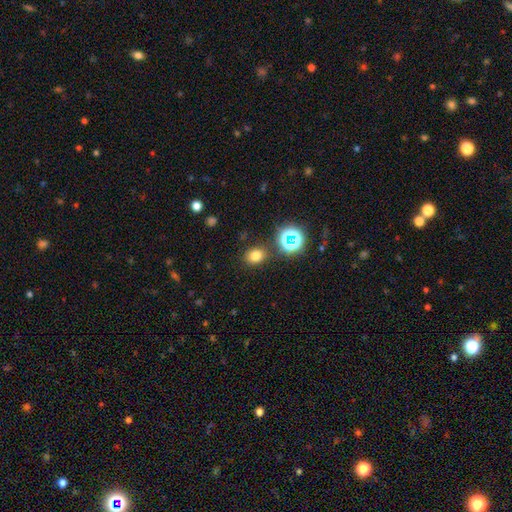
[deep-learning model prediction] Smooth or featured? Predicted: smooth (p=0.72). How rounded? Predicted: round (p=0.60). Merging? Predicted: none (p=0.83).